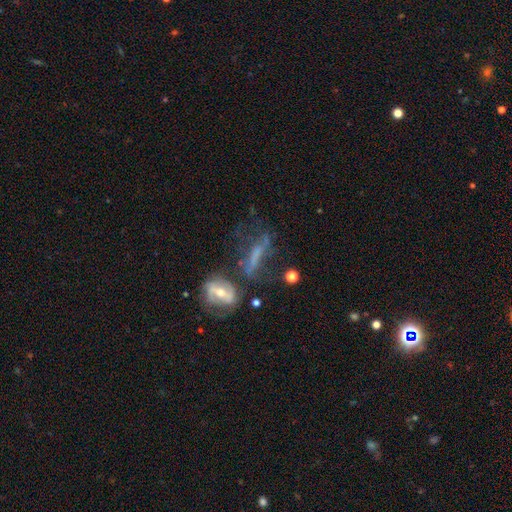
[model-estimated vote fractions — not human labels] Smooth or featured?
  - featured or disk: 55% *
  - smooth: 28%
  - star or artifact: 17%
Edge-on disk?
  - no: 74% *
  - yes: 26%
Merging?
  - none: 32% *
  - major disturbance: 31%
  - merger: 19%
  - minor disturbance: 17%